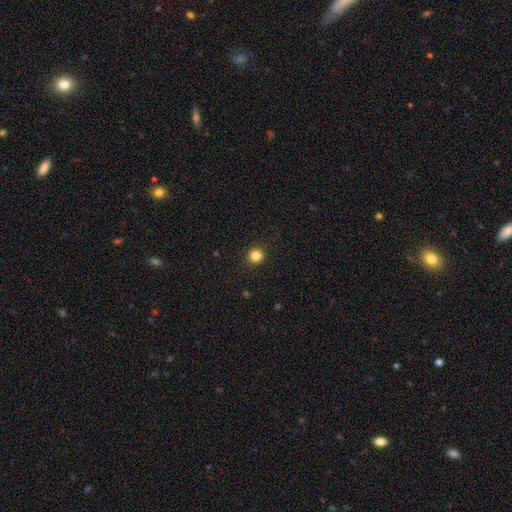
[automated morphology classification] A smooth galaxy with no disk features (84%) that is round (93%). Merging: none (92%).